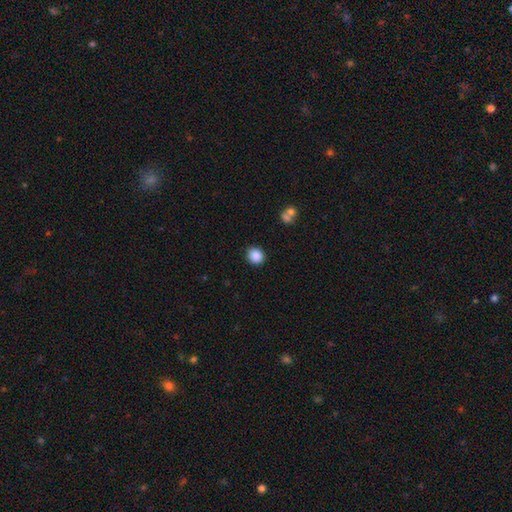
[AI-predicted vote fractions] This is clearly a smooth galaxy (88%). How rounded: clearly round (82%). Merging: clearly none (89%).